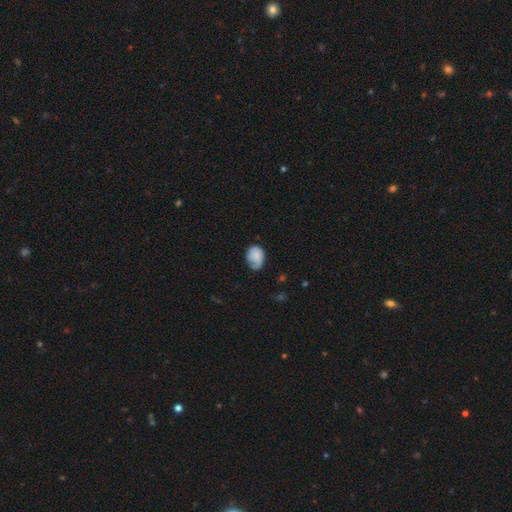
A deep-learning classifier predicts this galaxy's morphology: smooth_or_featured: smooth (p=0.75) [alt: featured or disk p=0.17]
how_rounded: in between (p=0.67) [alt: round p=0.32]
merging: none (p=0.47) [alt: minor disturbance p=0.38]